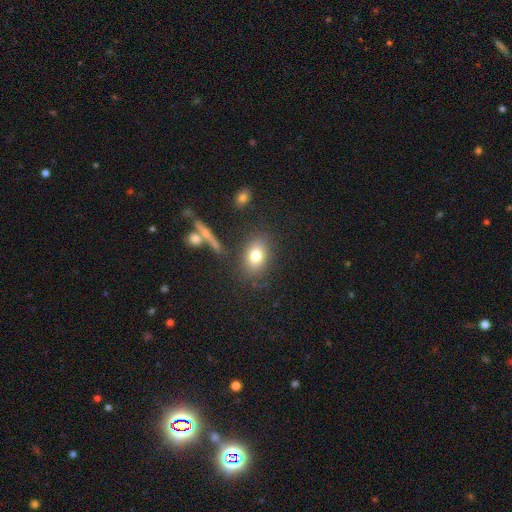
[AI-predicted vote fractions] Smooth or featured: smooth — 76% (featured or disk — 14%)
How rounded: in between — 71% (round — 26%)
Merging: none — 78% (minor disturbance — 12%)